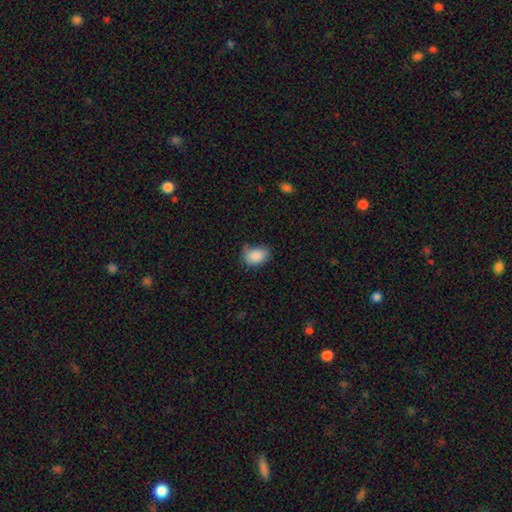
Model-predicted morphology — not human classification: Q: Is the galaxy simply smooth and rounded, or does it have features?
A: smooth — 87%.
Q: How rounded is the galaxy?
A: in between — 74%.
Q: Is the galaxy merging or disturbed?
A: none — 57%.